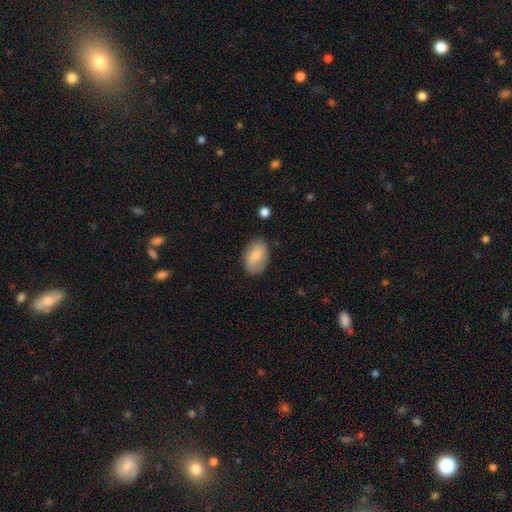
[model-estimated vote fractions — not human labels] Smooth or featured? smooth (78%)
How rounded? in between (88%)
Merging? none (83%)